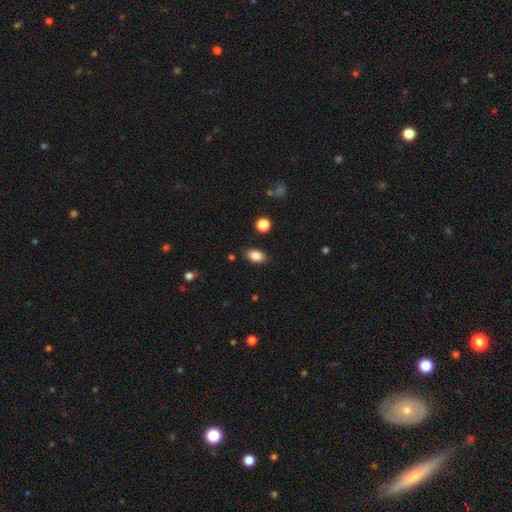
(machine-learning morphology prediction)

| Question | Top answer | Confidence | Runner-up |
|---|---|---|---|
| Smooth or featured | smooth | 86% | star or artifact (9%) |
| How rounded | in between | 88% | round (10%) |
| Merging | none | 85% | minor disturbance (10%) |